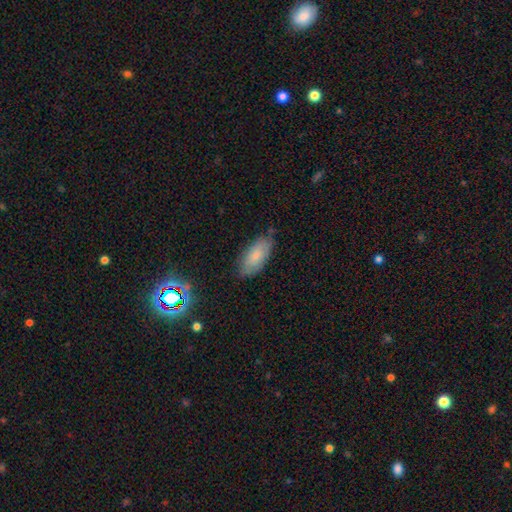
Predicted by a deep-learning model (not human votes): smooth_or_featured: smooth (p=0.74) [alt: featured or disk p=0.18]
how_rounded: in between (p=0.87) [alt: cigar-shaped p=0.11]
merging: none (p=0.75) [alt: minor disturbance p=0.20]